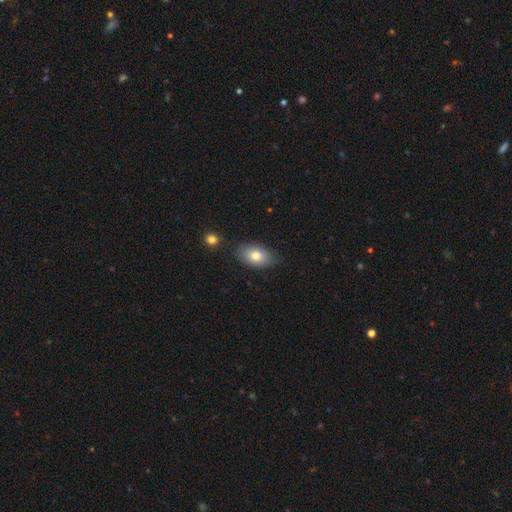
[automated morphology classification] This appears to be a smooth galaxy with no disk features (78%) that is in between round and cigar-shaped (89%). Merging: none (79%).